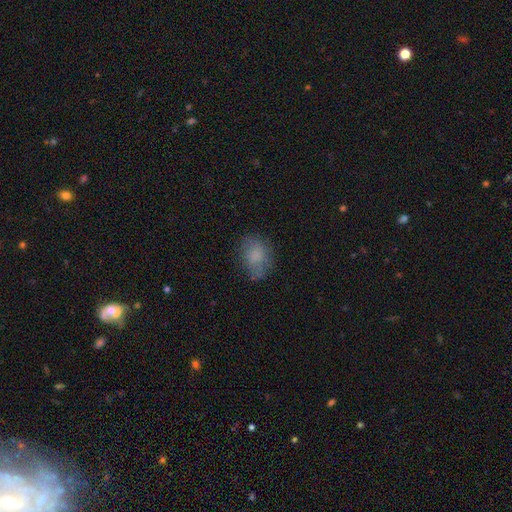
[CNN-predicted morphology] type=smooth (75%); roundness=in between (70%); merging=none (65%).